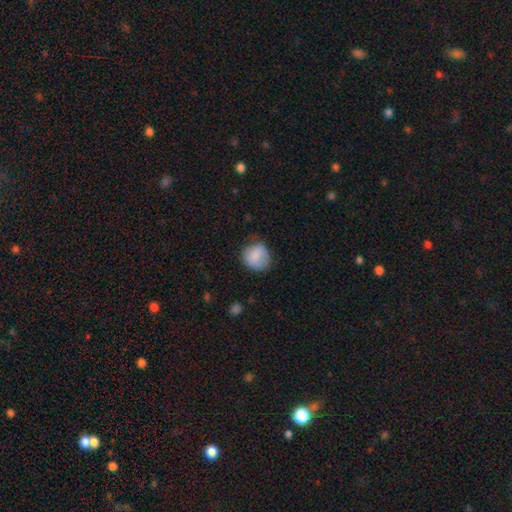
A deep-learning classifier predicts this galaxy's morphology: A smooth galaxy with no disk features (81%) that is round (79%). Merging: none (65%).